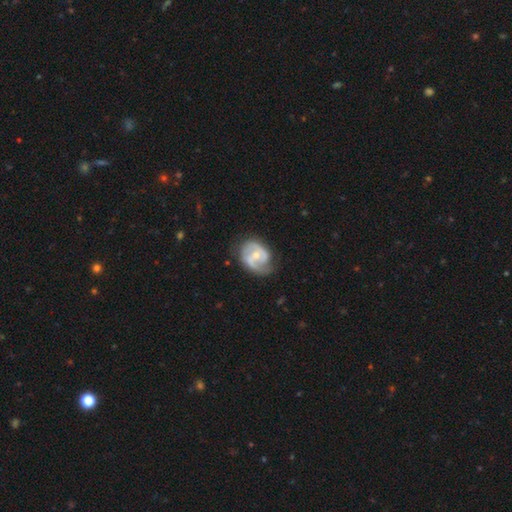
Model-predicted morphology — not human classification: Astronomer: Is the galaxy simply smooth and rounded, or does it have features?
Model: featured or disk — 80%.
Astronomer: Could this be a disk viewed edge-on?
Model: no — 98%.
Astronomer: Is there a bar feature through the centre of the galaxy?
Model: no — 44%, tied with weak at 44%.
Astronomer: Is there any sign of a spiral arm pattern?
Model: yes — 92%.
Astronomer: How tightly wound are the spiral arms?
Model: medium — 48% (runner-up: tight, 33%).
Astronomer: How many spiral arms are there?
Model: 2 — 73%.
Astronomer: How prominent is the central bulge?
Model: small — 49% (runner-up: moderate, 46%).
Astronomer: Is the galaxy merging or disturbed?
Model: none — 62%.